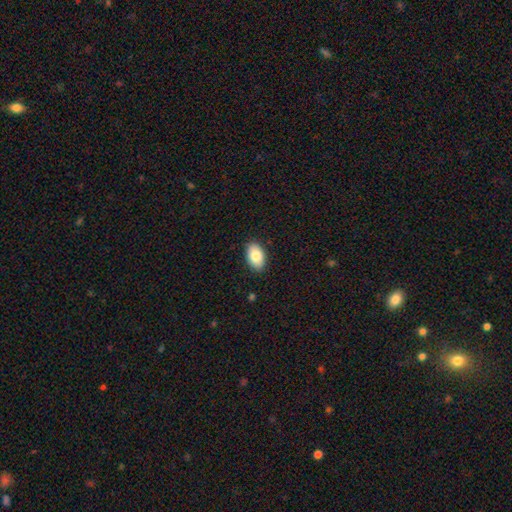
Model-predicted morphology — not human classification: The model was most divided on "smooth or featured": smooth: 83%, featured or disk: 10%, star or artifact: 7%. More confident: how rounded — in between (94%); merging — none (89%).